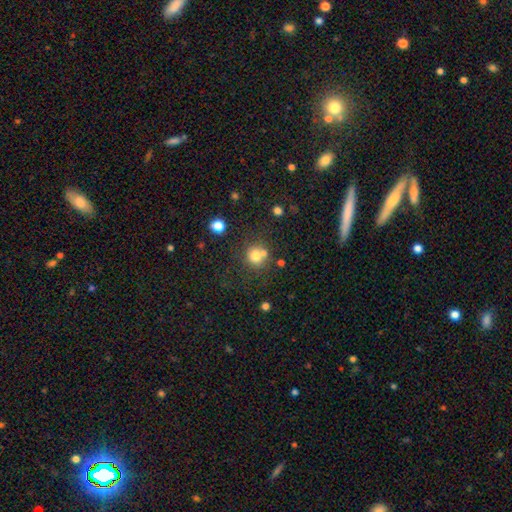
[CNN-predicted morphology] This appears to be a smooth galaxy with no disk features (76%) that is round (89%). Merging: none (63%).